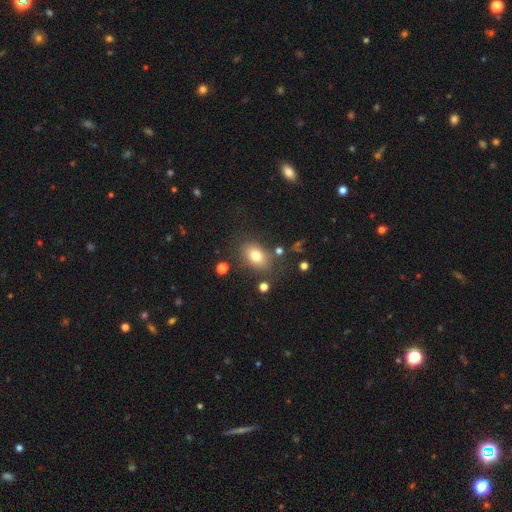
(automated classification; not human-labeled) smooth-or-featured: smooth: 77% | featured or disk: 12% | star or artifact: 11%
  how-rounded: in between: 76% | round: 23% | cigar-shaped: 2%
  merging: none: 74% | minor disturbance: 15% | major disturbance: 6% | merger: 5%